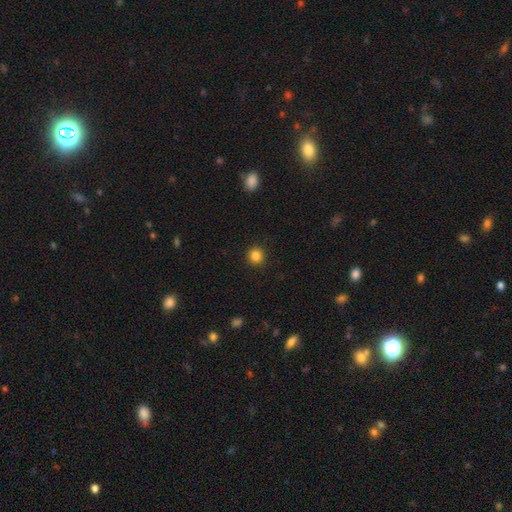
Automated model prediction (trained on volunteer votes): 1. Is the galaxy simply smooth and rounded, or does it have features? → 85% smooth, 11% star or artifact, 4% featured or disk.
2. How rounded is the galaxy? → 92% round, 7% in between, 1% cigar-shaped.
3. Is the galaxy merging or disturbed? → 92% none, 5% minor disturbance, 2% major disturbance, 1% merger.